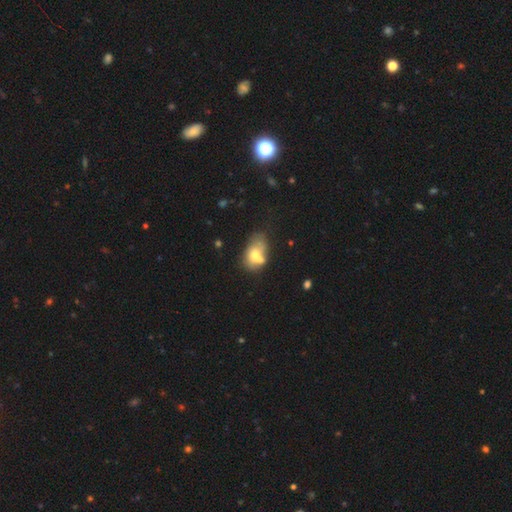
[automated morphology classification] Smooth or featured? smooth (60%)
How rounded? in between (79%)
Merging? merger (47%)